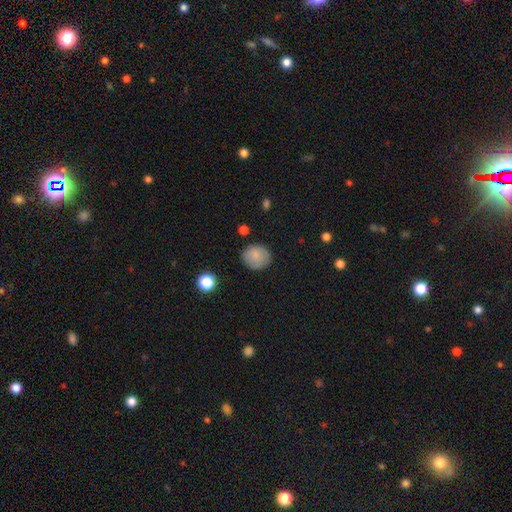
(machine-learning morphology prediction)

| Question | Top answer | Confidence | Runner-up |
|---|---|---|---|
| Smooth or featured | smooth | 83% | featured or disk (9%) |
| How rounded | round | 76% | in between (23%) |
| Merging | none | 82% | minor disturbance (13%) |